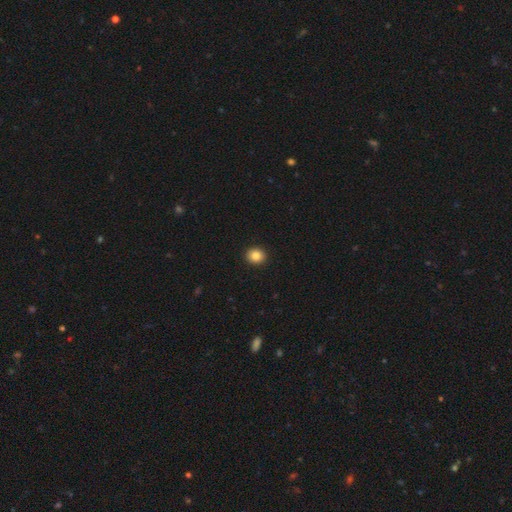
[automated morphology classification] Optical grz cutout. It shows a smooth galaxy with no disk features (85%) that is round (80%). Merging: none (93%).